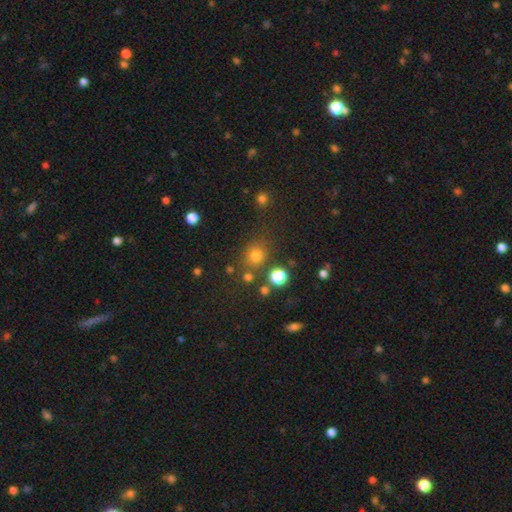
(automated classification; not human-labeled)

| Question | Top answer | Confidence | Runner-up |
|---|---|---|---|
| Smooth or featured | smooth | 74% | star or artifact (19%) |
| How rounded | round | 78% | in between (21%) |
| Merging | none | 75% | minor disturbance (11%) |